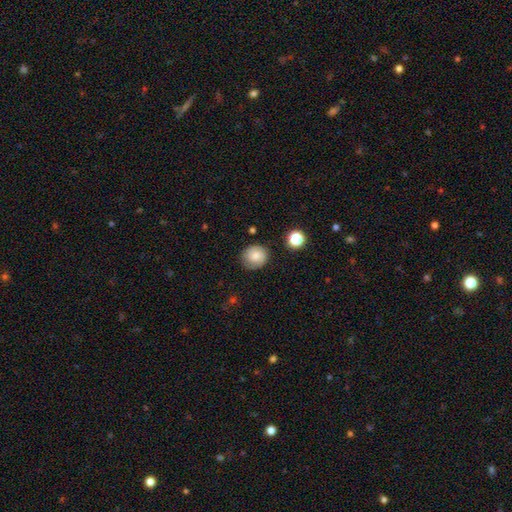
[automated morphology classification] A smooth galaxy with no disk features (62%) that is round (84%).

Vote fractions:
- Smooth or featured? smooth: 62% / featured or disk: 28% / star or artifact: 10%
- How rounded? round: 84% / in between: 15% / cigar-shaped: 1%
- Merging? none: 80% / minor disturbance: 14% / major disturbance: 4% / merger: 2%